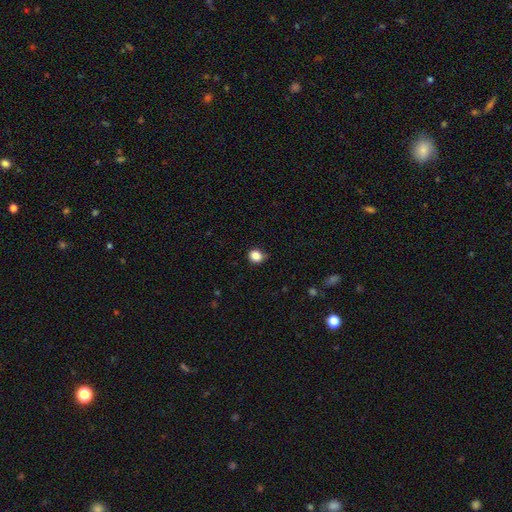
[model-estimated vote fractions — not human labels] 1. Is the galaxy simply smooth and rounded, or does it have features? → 86% smooth, 10% star or artifact, 4% featured or disk.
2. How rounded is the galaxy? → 72% round, 27% in between, 1% cigar-shaped.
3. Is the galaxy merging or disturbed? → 73% none, 22% minor disturbance, 4% major disturbance, 1% merger.